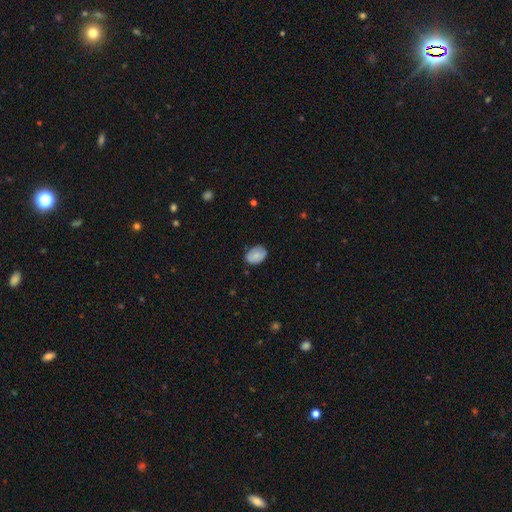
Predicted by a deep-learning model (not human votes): smooth 77%, featured or disk 16%, star or artifact 7%. Down the decision tree: how rounded — in between (77%); merging — none (73%).